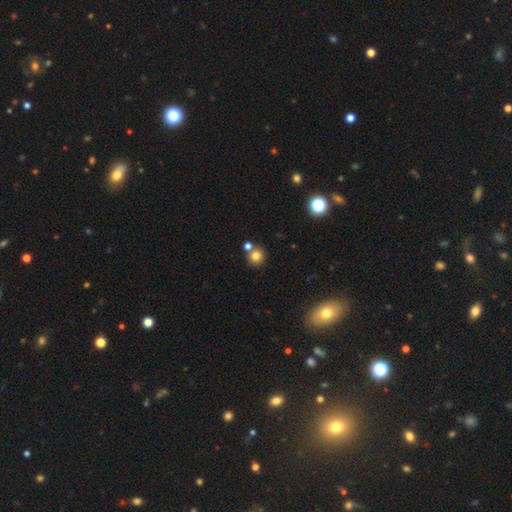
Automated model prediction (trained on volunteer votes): smooth-or-featured: smooth: 79% | star or artifact: 12% | featured or disk: 9%
  how-rounded: round: 88% | in between: 11% | cigar-shaped: 1%
  merging: none: 66% | merger: 23% | minor disturbance: 8% | major disturbance: 3%